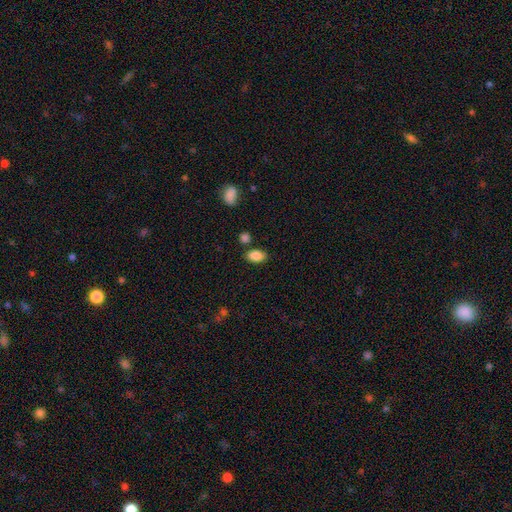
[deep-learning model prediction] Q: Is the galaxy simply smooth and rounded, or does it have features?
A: smooth — 87%.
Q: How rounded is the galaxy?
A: in between — 90%.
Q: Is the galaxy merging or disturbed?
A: none — 79%.